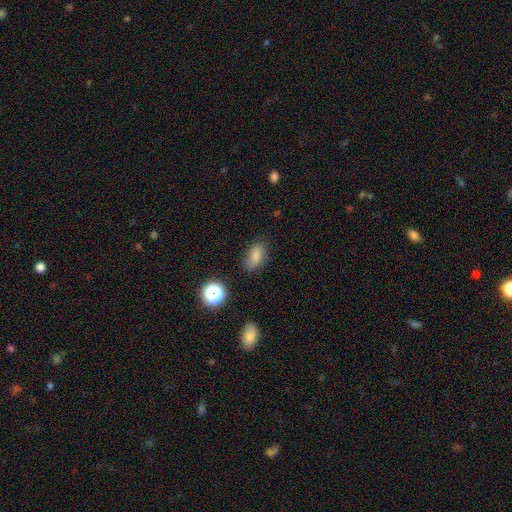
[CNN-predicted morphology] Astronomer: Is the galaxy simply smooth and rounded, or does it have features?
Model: smooth — 75%.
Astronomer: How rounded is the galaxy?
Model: in between — 86%.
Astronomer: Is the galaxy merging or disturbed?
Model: none — 73%.